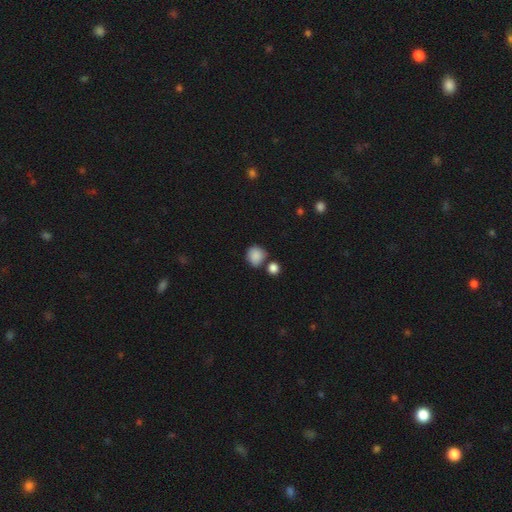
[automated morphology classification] Smooth or featured? smooth (87%)
How rounded? round (80%)
Merging? none (65%)